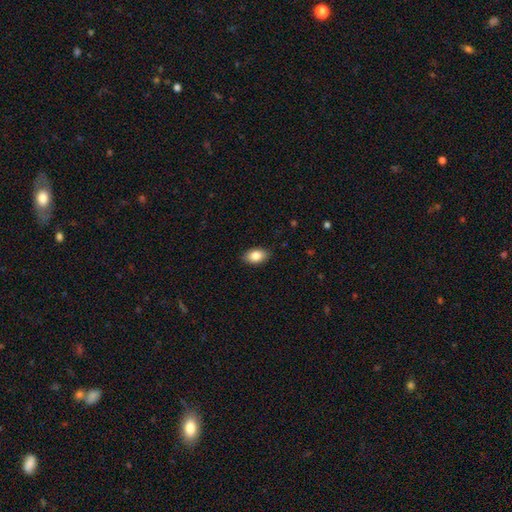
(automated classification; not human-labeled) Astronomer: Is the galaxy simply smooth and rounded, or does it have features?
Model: smooth — 84%.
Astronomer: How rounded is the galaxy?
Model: in between — 91%.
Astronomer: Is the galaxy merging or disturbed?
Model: none — 88%.